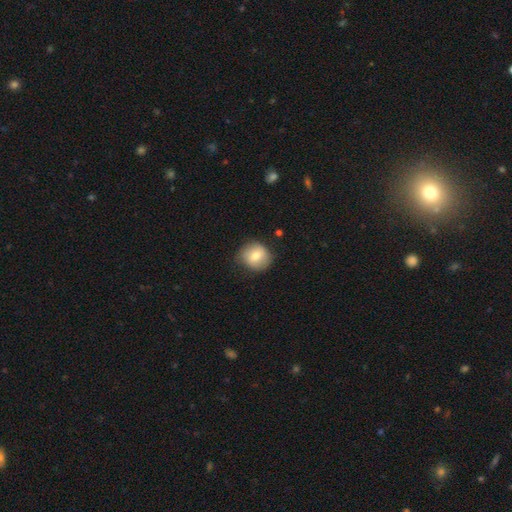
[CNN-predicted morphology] smooth-or-featured: smooth: 74% | featured or disk: 18% | star or artifact: 8%
  how-rounded: round: 86% | in between: 13% | cigar-shaped: 1%
  merging: none: 78% | minor disturbance: 17% | major disturbance: 4% | merger: 1%